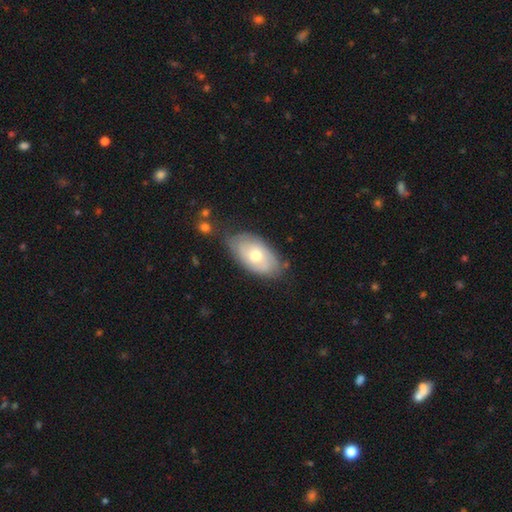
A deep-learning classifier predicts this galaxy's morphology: Smooth or featured? Predicted: smooth (p=0.47). Merging? Predicted: none (p=0.68).